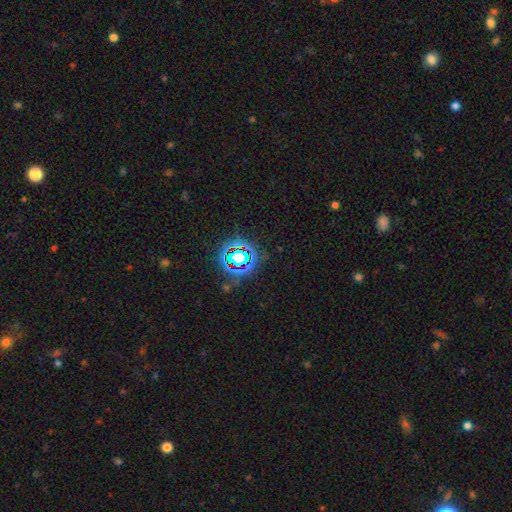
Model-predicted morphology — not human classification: A star or artifact, not a galaxy (77%).